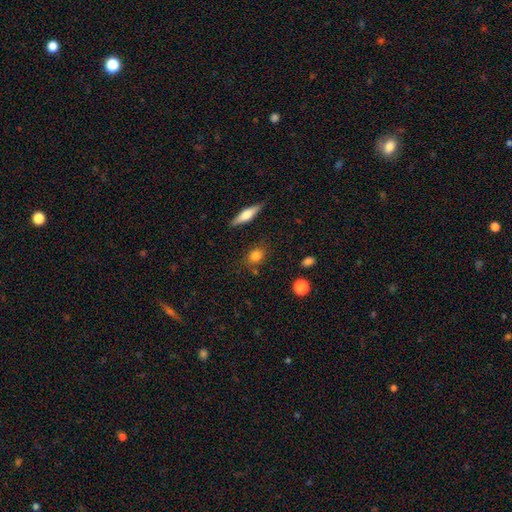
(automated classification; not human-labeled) smooth_or_featured: smooth (p=0.80) [alt: featured or disk p=0.10]
how_rounded: round (p=0.55) [alt: in between p=0.40]
merging: none (p=0.78) [alt: minor disturbance p=0.14]